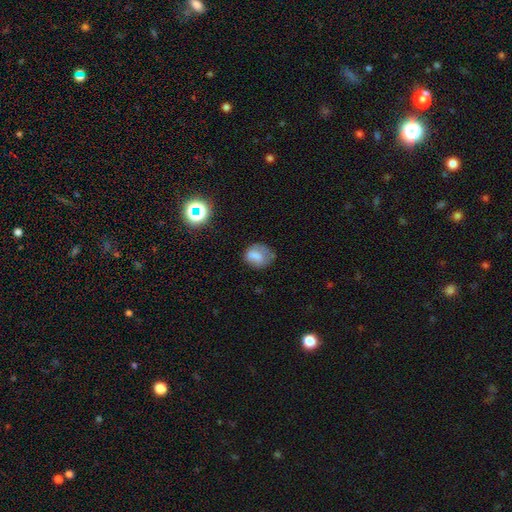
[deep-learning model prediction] smooth-or-featured: smooth: 71% | featured or disk: 17% | star or artifact: 12%
  how-rounded: round: 54% | in between: 45% | cigar-shaped: 1%
  merging: none: 49% | minor disturbance: 31% | major disturbance: 17% | merger: 3%